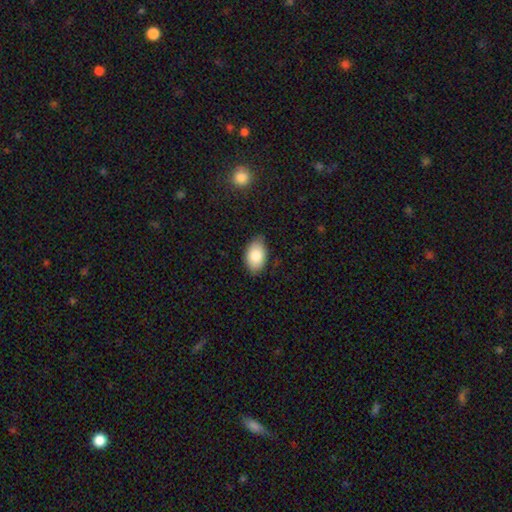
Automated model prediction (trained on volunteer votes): smooth_or_featured: smooth (p=0.85) [alt: featured or disk p=0.09]
how_rounded: in between (p=0.91) [alt: round p=0.08]
merging: none (p=0.80) [alt: minor disturbance p=0.16]